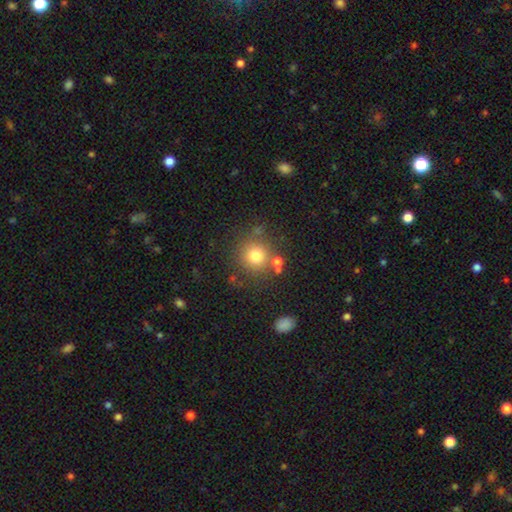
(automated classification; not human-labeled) Morphology: type=smooth (76%); roundness=round (92%); merging=none (74%).